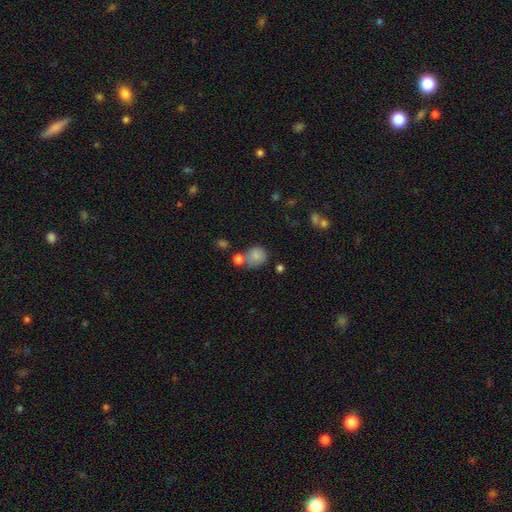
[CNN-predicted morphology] Smooth or featured? Predicted: smooth (p=0.82). How rounded? Predicted: round (p=0.78). Merging? Predicted: none (p=0.53).